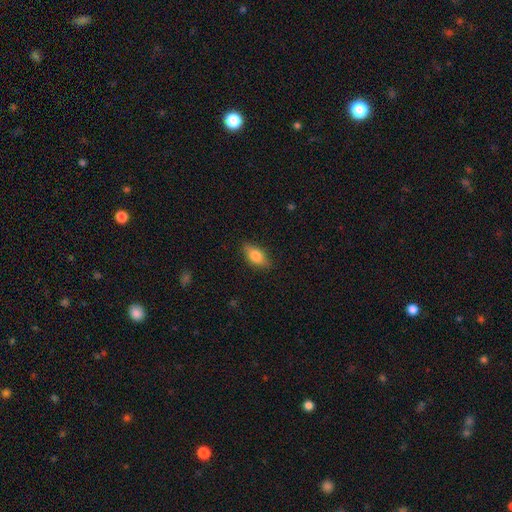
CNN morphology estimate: smooth 80%, featured or disk 13%, star or artifact 7%. Down the decision tree: how rounded — in between (87%); merging — none (84%).